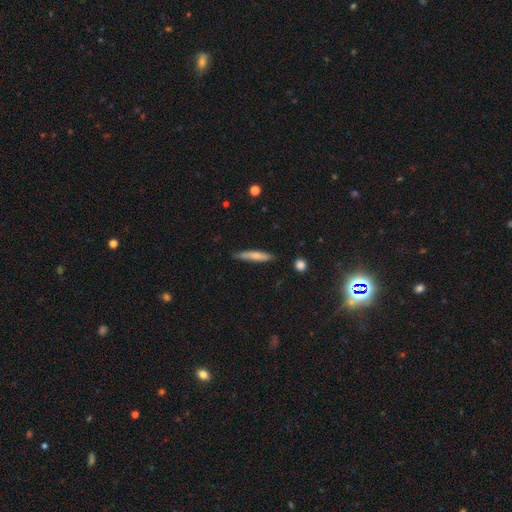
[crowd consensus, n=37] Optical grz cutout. It shows a smooth galaxy with no disk features (70%) that is cigar-shaped (77%). Merging: none (72%).